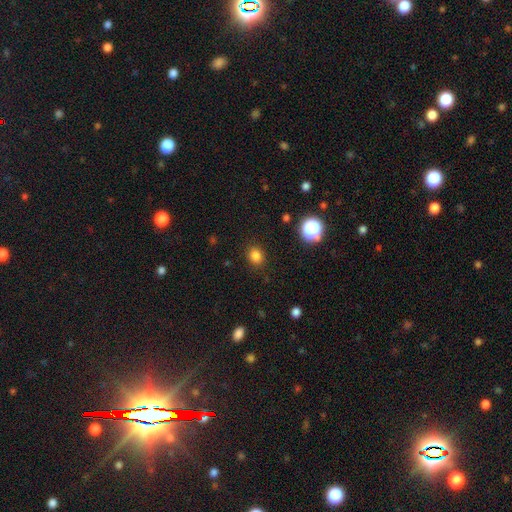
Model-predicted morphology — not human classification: Smooth or featured: smooth — 82% (star or artifact — 14%)
How rounded: round — 65% (in between — 34%)
Merging: none — 88% (minor disturbance — 8%)